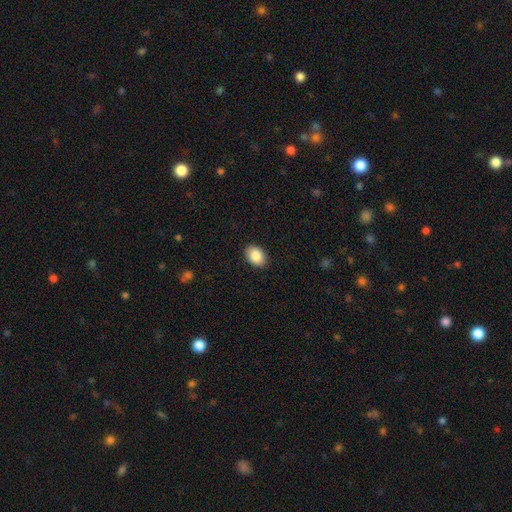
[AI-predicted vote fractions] Smooth or featured?
  - smooth: 88% *
  - star or artifact: 7%
  - featured or disk: 5%
How rounded?
  - in between: 79% *
  - round: 20%
  - cigar-shaped: 1%
Merging?
  - none: 90% *
  - minor disturbance: 7%
  - major disturbance: 2%
  - merger: 1%